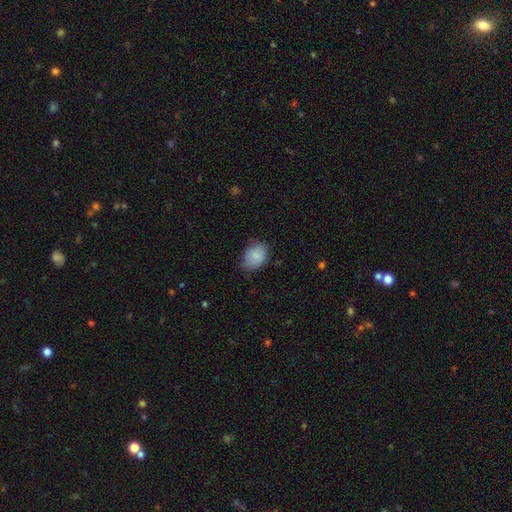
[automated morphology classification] This appears to be a smooth galaxy with no disk features (86%) that is in between round and cigar-shaped (72%). Merging: none (68%).